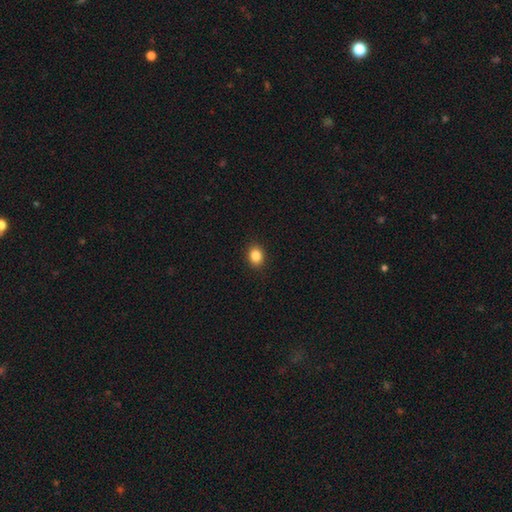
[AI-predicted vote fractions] smooth_or_featured: smooth (p=0.86) [alt: star or artifact p=0.10]
how_rounded: round (p=0.50) [alt: in between p=0.49]
merging: none (p=0.91) [alt: minor disturbance p=0.06]